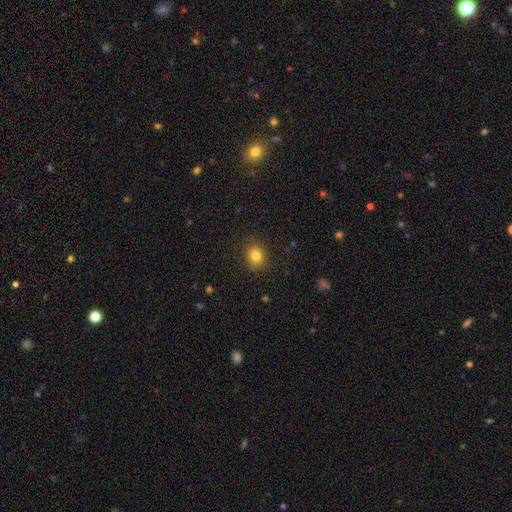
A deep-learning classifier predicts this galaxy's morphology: Q: Smooth or featured?
A: smooth (81%); runner-up: star or artifact (12%)
Q: How rounded?
A: round (65%); runner-up: in between (35%)
Q: Merging?
A: none (88%); runner-up: minor disturbance (9%)